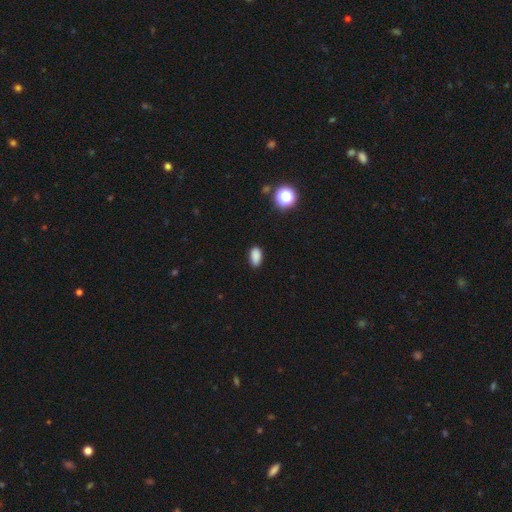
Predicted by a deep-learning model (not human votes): smooth_or_featured: smooth (p=0.85) [alt: star or artifact p=0.11]
how_rounded: in between (p=0.91) [alt: round p=0.06]
merging: none (p=0.82) [alt: minor disturbance p=0.15]